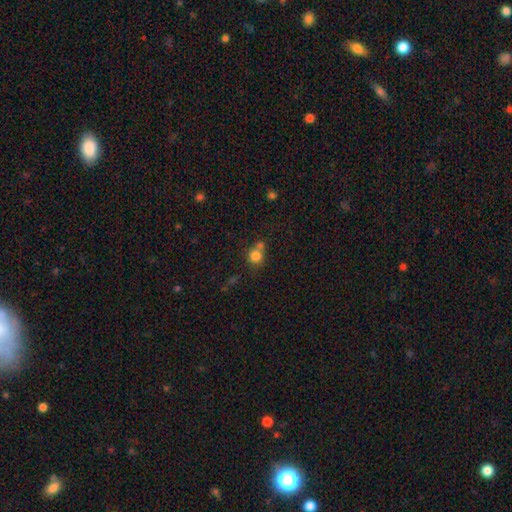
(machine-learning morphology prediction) smooth 80%, star or artifact 11%, featured or disk 8%. Down the decision tree: how rounded — round (87%); merging — none (50%).